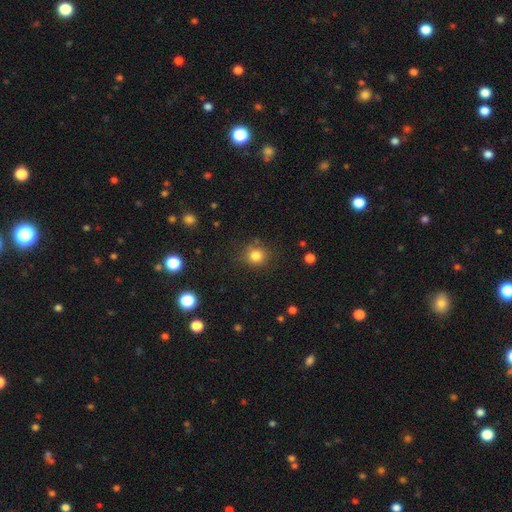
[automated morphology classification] A smooth galaxy with no disk features (81%) that is round (87%). Merging: none (80%).